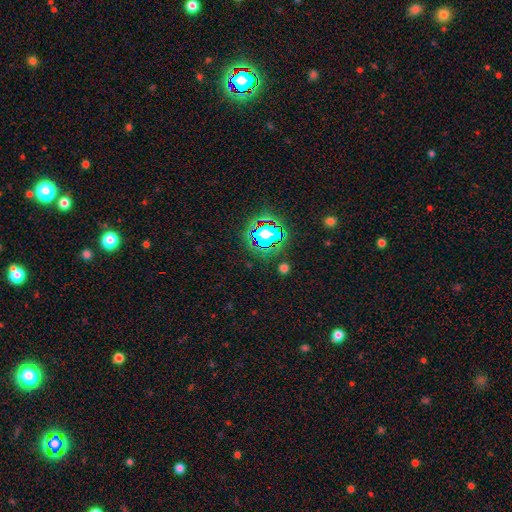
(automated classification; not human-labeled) Overall: star or artifact (80%).